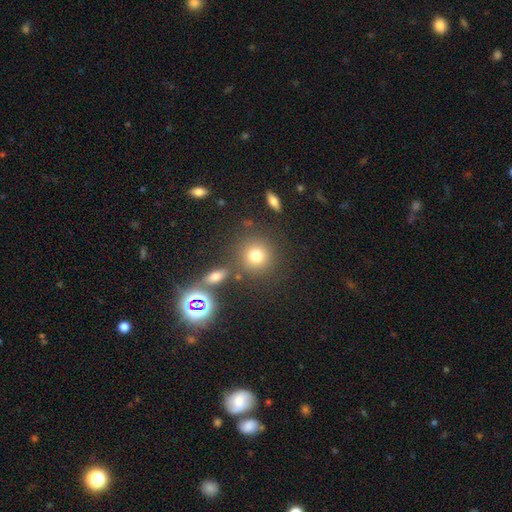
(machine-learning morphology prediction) A smooth galaxy with no disk features (76%) that is round (88%). Merging: none (78%).